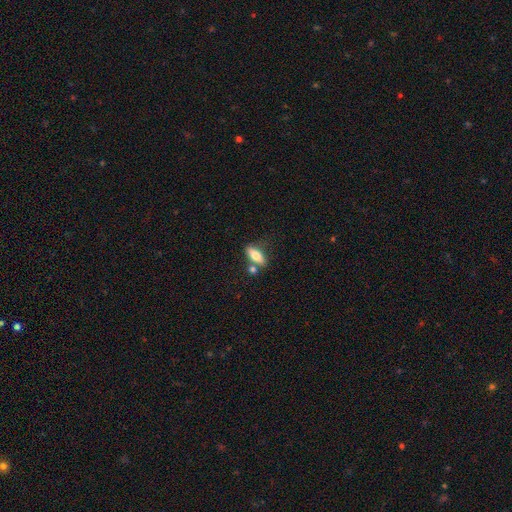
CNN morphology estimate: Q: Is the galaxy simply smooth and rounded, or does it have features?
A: smooth — 72%.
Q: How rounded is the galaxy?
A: in between — 70%.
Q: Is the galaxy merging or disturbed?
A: none — 60%.